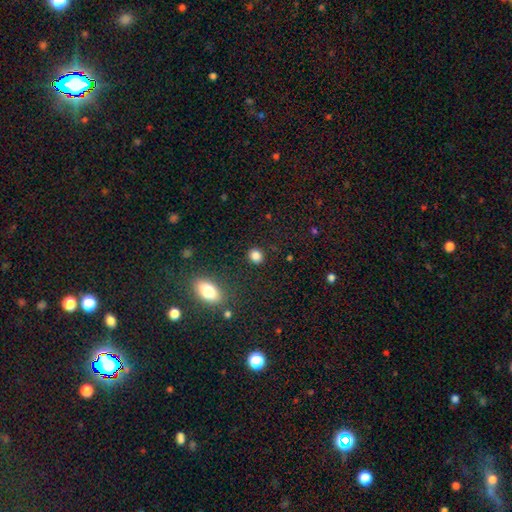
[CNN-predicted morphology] Smooth or featured? Predicted: smooth (p=0.85). How rounded? Predicted: round (p=0.74). Merging? Predicted: none (p=0.88).